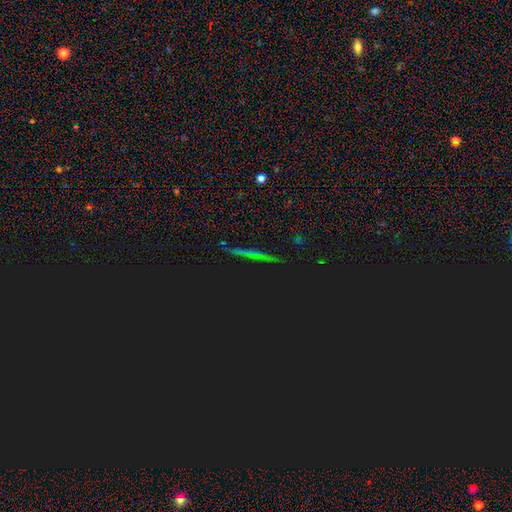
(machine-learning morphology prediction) A star or artifact, not a galaxy (66%).